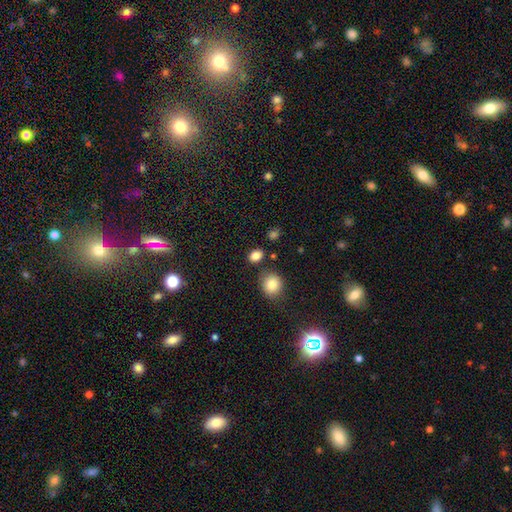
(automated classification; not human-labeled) smooth-or-featured: smooth: 84% | star or artifact: 11% | featured or disk: 5%
  how-rounded: in between: 63% | round: 36% | cigar-shaped: 1%
  merging: none: 80% | minor disturbance: 10% | merger: 7% | major disturbance: 3%